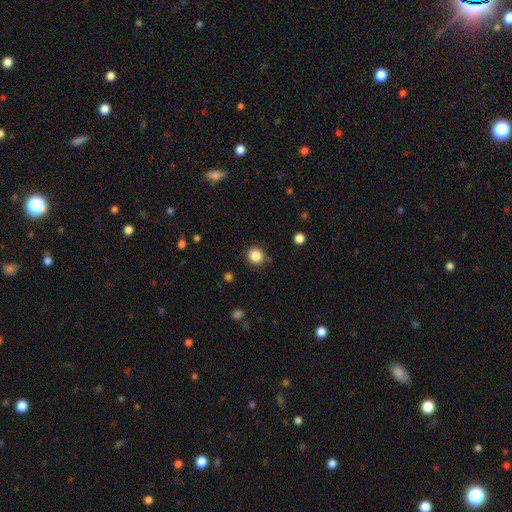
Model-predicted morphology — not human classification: This is clearly a smooth galaxy (86%). How rounded: clearly round (91%). Merging: clearly none (85%).